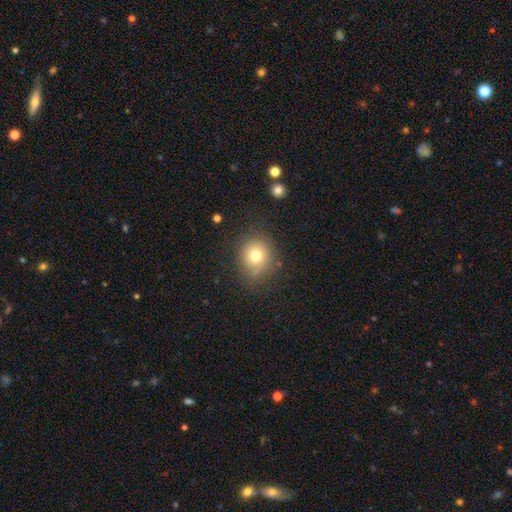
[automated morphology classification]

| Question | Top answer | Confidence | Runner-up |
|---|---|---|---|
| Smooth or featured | smooth | 73% | featured or disk (14%) |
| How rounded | round | 79% | in between (20%) |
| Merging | none | 73% | minor disturbance (18%) |